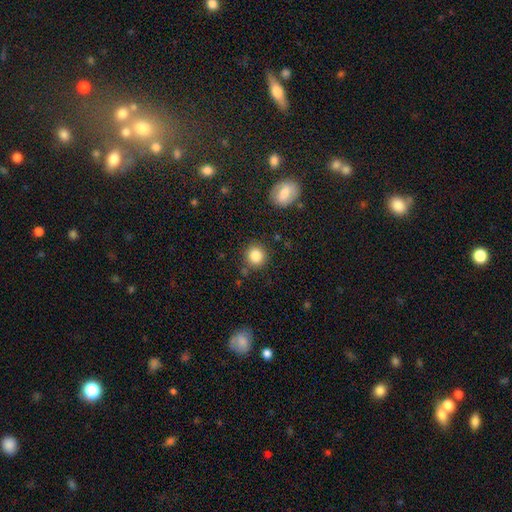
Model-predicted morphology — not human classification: Smooth or featured?
  - smooth: 84% *
  - star or artifact: 10%
  - featured or disk: 6%
How rounded?
  - round: 91% *
  - in between: 8%
  - cigar-shaped: 1%
Merging?
  - none: 86% *
  - minor disturbance: 9%
  - merger: 3%
  - major disturbance: 3%